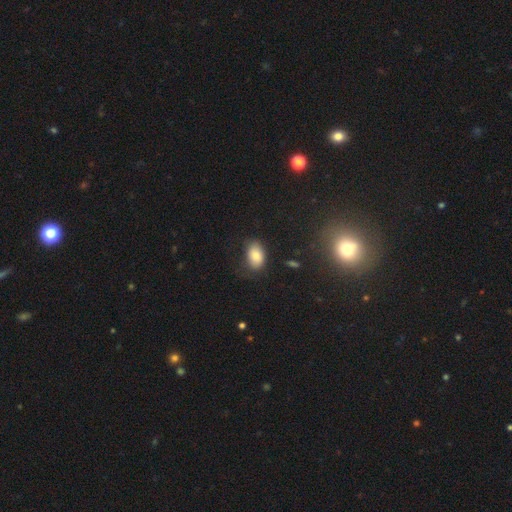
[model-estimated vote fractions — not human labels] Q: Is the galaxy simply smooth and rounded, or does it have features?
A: smooth — 79%.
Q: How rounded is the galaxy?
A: in between — 86%.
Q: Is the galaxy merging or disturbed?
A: none — 71%.